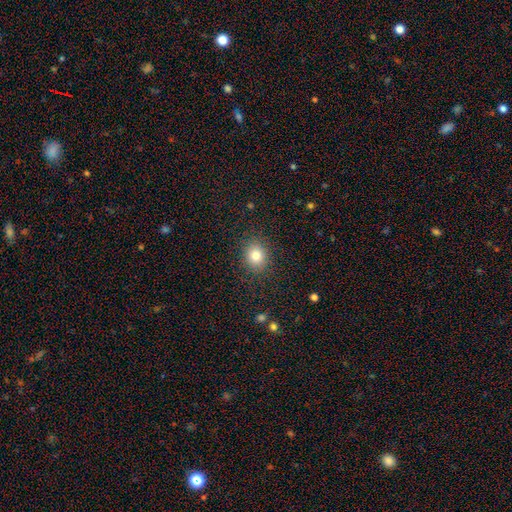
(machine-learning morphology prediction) The model was most divided on "how rounded": round: 66%, in between: 33%, cigar-shaped: 1%. More confident: merging — none (87%); smooth or featured — smooth (81%).